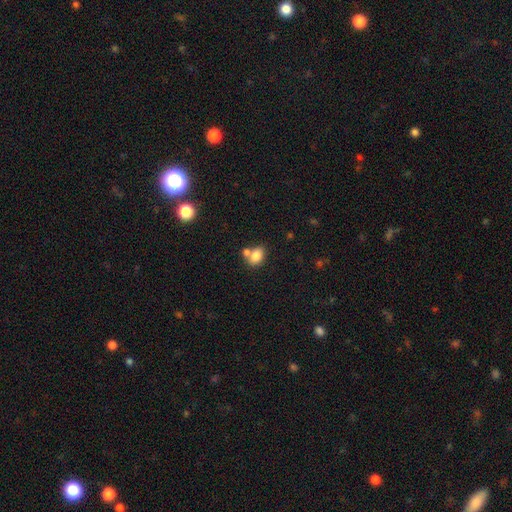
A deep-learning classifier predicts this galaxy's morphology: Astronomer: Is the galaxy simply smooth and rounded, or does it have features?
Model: smooth — 81%.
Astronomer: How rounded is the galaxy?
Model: in between — 74%.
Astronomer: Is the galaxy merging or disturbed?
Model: none — 49% (runner-up: merger, 35%).